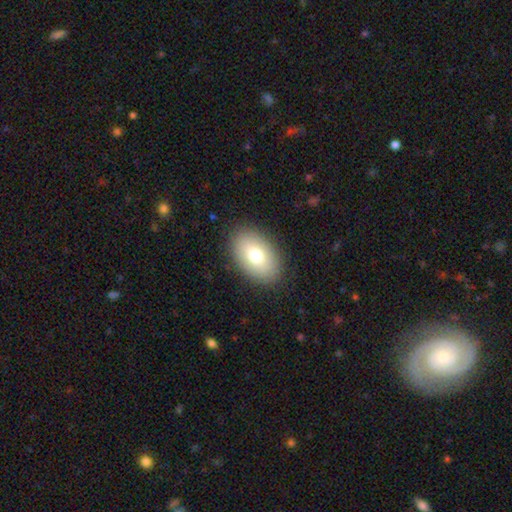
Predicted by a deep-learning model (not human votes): smooth 75%, featured or disk 17%, star or artifact 8%. Down the decision tree: how rounded — in between (91%); merging — none (88%).